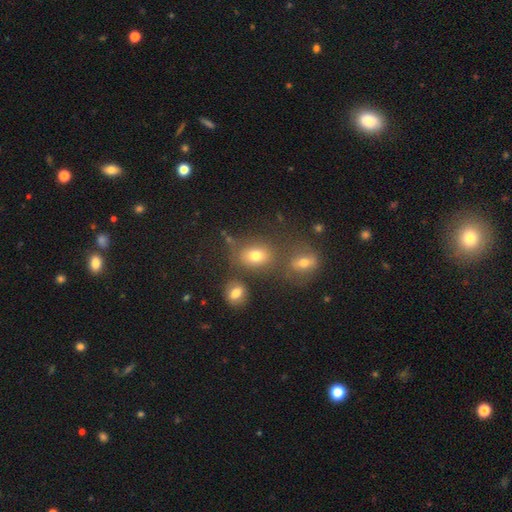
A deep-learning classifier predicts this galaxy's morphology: smooth-or-featured: smooth: 75% | star or artifact: 14% | featured or disk: 11%
  how-rounded: in between: 56% | round: 42% | cigar-shaped: 1%
  merging: none: 63% | merger: 18% | minor disturbance: 13% | major disturbance: 6%